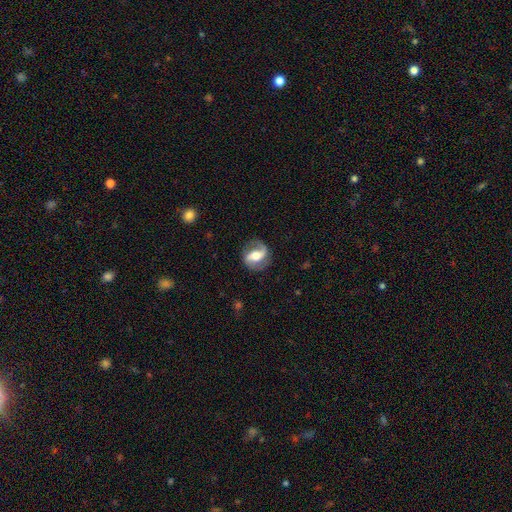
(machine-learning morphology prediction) smooth_or_featured: featured or disk (p=0.81) [alt: smooth p=0.13]
disk_edge_on: no (p=0.97) [alt: yes p=0.03]
bar: strong (p=0.42) [alt: weak p=0.36]
has_spiral_arms: yes (p=0.93) [alt: no p=0.07]
spiral_winding: medium (p=0.46) [alt: loose p=0.36]
spiral_arm_count: 2 (p=0.86) [alt: 1 p=0.08]
bulge_size: moderate (p=0.59) [alt: large p=0.22]
merging: none (p=0.78) [alt: minor disturbance p=0.14]